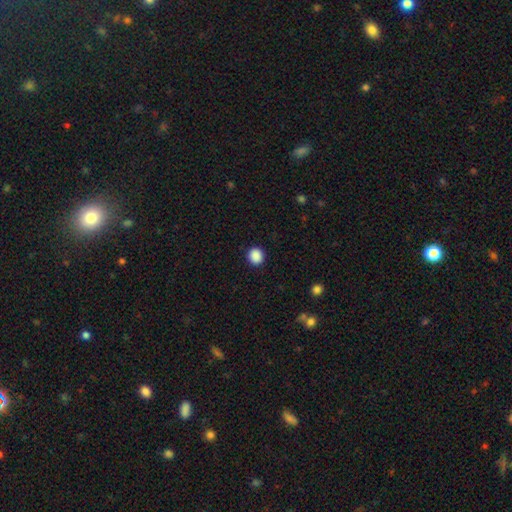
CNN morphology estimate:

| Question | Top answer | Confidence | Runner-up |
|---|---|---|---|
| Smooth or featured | smooth | 89% | star or artifact (9%) |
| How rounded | round | 88% | in between (11%) |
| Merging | none | 92% | minor disturbance (5%) |